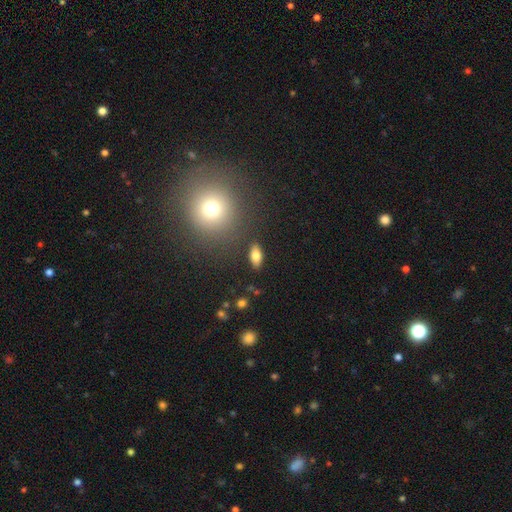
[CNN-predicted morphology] The model was most divided on "smooth or featured": smooth: 76%, featured or disk: 14%, star or artifact: 9%. More confident: merging — none (87%); how rounded — in between (86%).